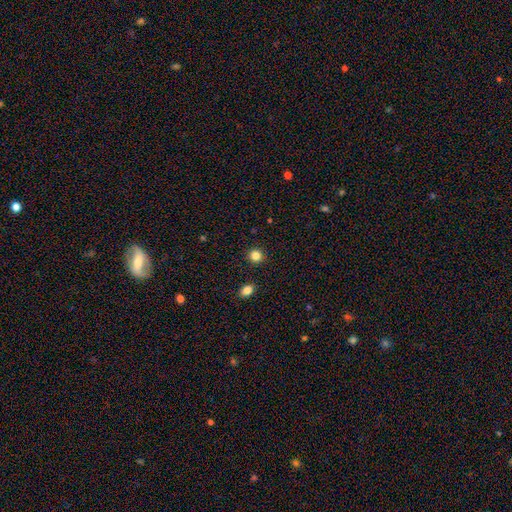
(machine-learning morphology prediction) A smooth galaxy with no disk features (84%) that is round (90%). Merging: none (91%).